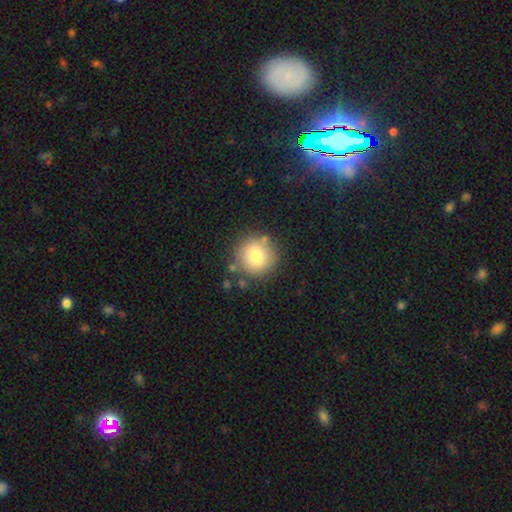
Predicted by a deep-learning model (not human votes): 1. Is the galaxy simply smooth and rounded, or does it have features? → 79% smooth, 11% featured or disk, 10% star or artifact.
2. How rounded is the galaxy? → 94% round, 5% in between, 1% cigar-shaped.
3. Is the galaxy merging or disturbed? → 83% none, 9% minor disturbance, 5% merger, 3% major disturbance.